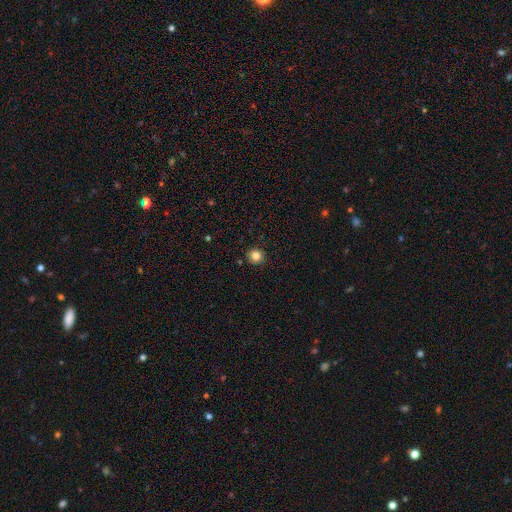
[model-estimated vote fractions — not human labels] Morphology: type=smooth (83%); roundness=round (94%); merging=none (91%).